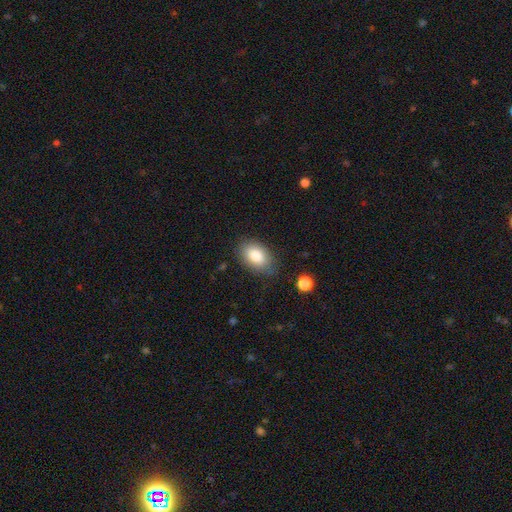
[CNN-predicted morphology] A smooth galaxy with no disk features (84%) that is in between round and cigar-shaped (89%). Merging: none (79%).